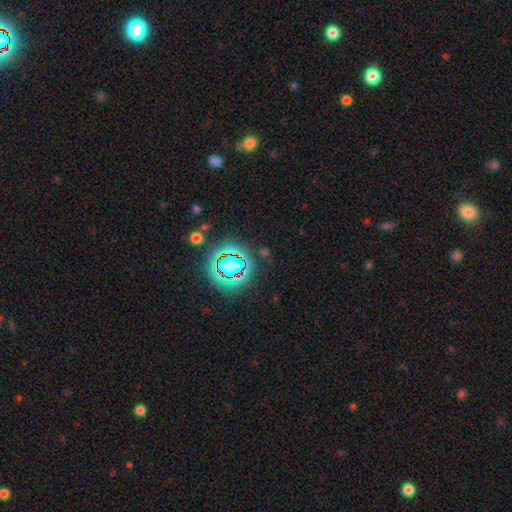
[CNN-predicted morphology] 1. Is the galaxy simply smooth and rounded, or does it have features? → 78% star or artifact, 13% smooth, 9% featured or disk.